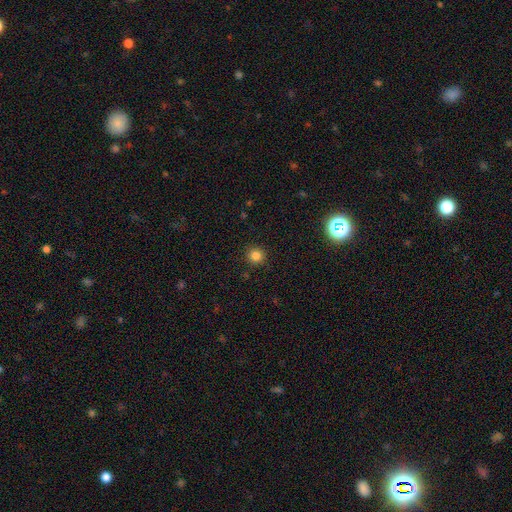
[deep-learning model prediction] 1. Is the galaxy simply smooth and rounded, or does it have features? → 83% smooth, 13% star or artifact, 4% featured or disk.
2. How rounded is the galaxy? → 94% round, 5% in between, 1% cigar-shaped.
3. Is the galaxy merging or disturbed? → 90% none, 6% minor disturbance, 2% major disturbance, 1% merger.